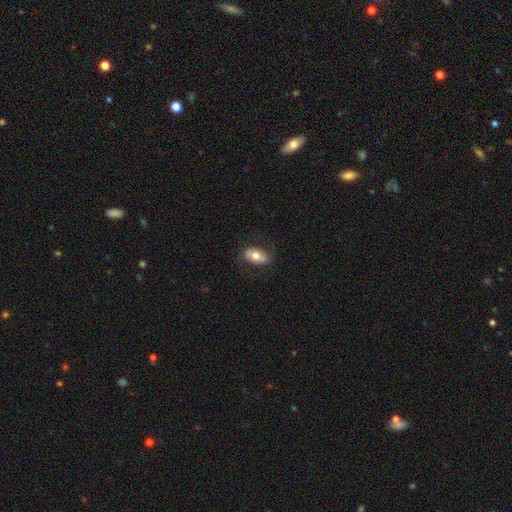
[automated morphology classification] Smooth or featured?
  - smooth: 60% *
  - featured or disk: 33%
  - star or artifact: 7%
How rounded?
  - in between: 89% *
  - round: 9%
  - cigar-shaped: 2%
Merging?
  - none: 77% *
  - minor disturbance: 15%
  - major disturbance: 8%
  - merger: 1%